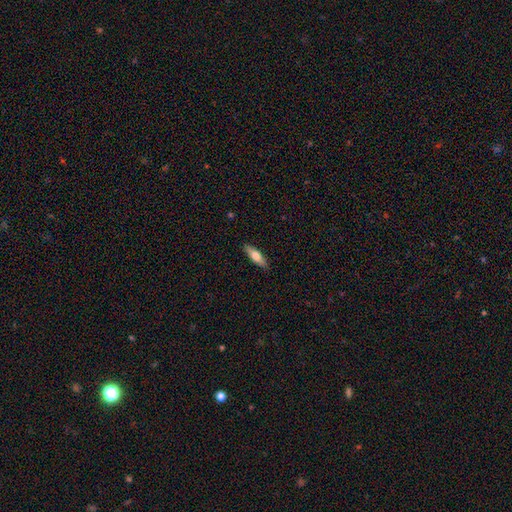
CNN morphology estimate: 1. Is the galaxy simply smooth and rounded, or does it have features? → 67% smooth, 27% featured or disk, 6% star or artifact.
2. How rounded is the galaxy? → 52% cigar-shaped, 45% in between, 2% round.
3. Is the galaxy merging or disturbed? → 88% none, 9% minor disturbance, 2% major disturbance, 1% merger.